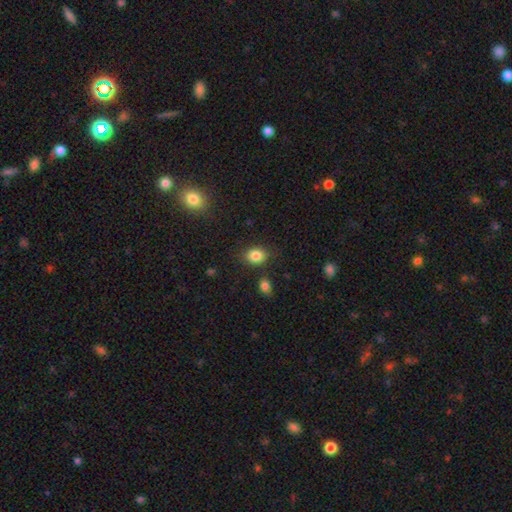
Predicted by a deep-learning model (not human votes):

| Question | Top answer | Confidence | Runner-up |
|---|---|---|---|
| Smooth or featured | smooth | 85% | star or artifact (10%) |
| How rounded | in between | 57% | round (42%) |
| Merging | none | 79% | minor disturbance (12%) |